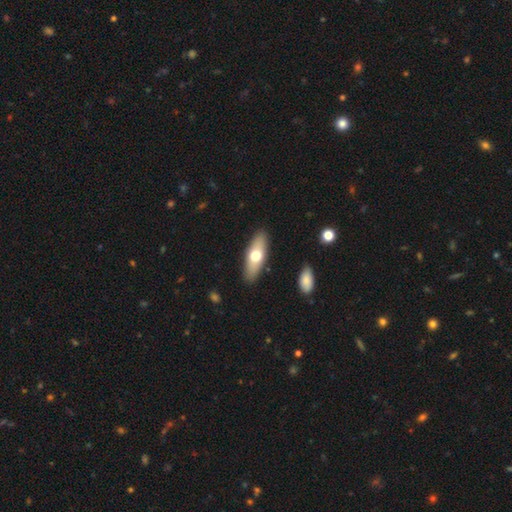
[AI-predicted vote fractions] This is likely a smooth galaxy (61%). How rounded: likely in between (66%). Merging: clearly none (88%).